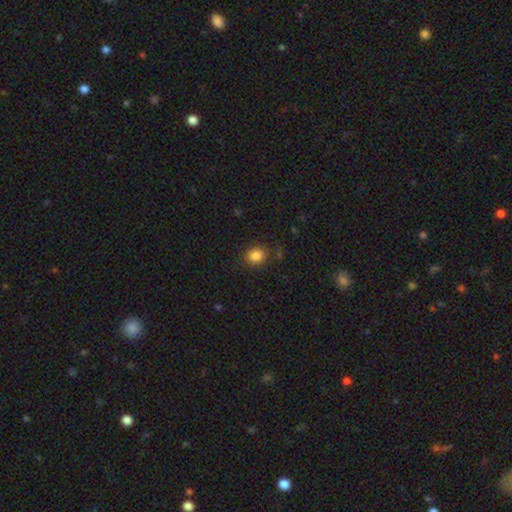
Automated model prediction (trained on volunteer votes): This appears to be a smooth galaxy with no disk features (85%) that is round (64%). Merging: none (82%).